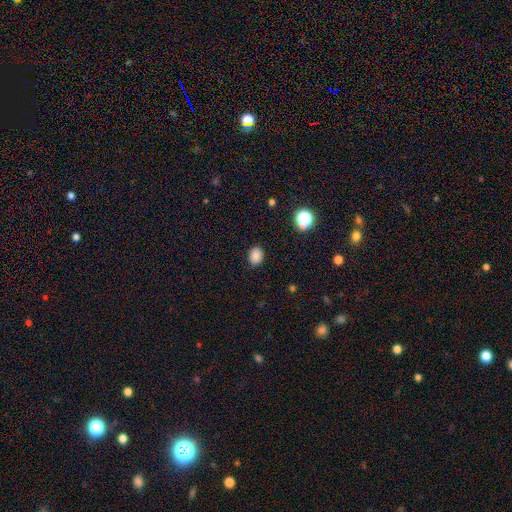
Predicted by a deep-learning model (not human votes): Smooth or featured?
  - smooth: 84% *
  - star or artifact: 12%
  - featured or disk: 4%
How rounded?
  - in between: 61% *
  - round: 38%
  - cigar-shaped: 1%
Merging?
  - none: 85% *
  - minor disturbance: 12%
  - major disturbance: 3%
  - merger: 1%